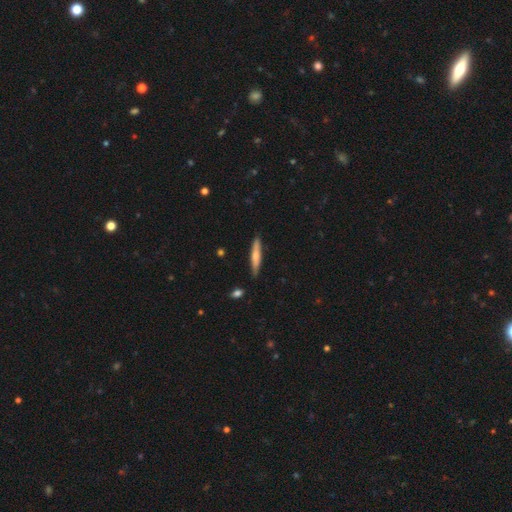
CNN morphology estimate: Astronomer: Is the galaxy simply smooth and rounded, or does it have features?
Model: smooth — 61%.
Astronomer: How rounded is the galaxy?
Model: cigar-shaped — 91%.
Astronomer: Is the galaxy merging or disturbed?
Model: none — 85%.